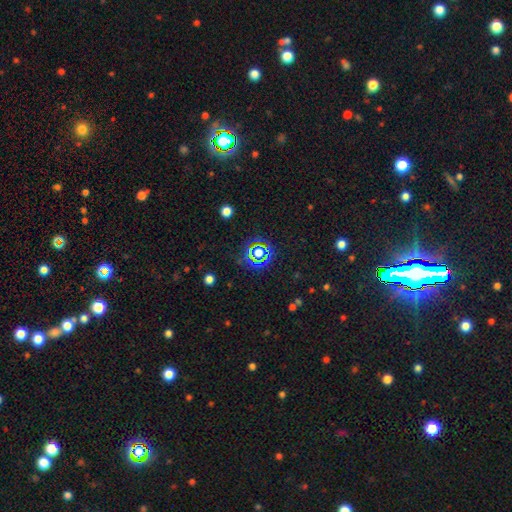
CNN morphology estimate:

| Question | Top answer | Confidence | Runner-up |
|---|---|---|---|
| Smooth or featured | star or artifact | 74% | smooth (18%) |